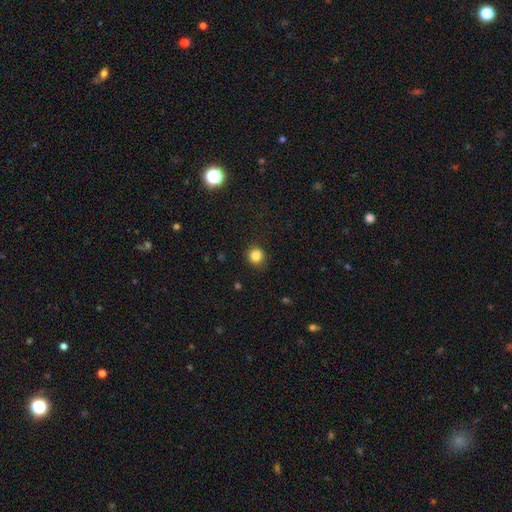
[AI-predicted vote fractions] The model was most divided on "smooth or featured": smooth: 85%, star or artifact: 11%, featured or disk: 4%. More confident: how rounded — round (88%); merging — none (87%).